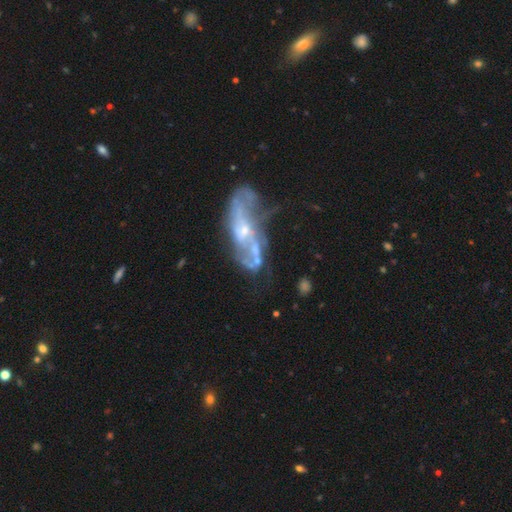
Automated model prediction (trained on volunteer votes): featured or disk 74%, smooth 16%, star or artifact 10%. Down the decision tree: edge-on disk — no (93%); bar — no (62%); spiral arms — yes (58%); bulge size — small (54%); merging — major disturbance (32%).